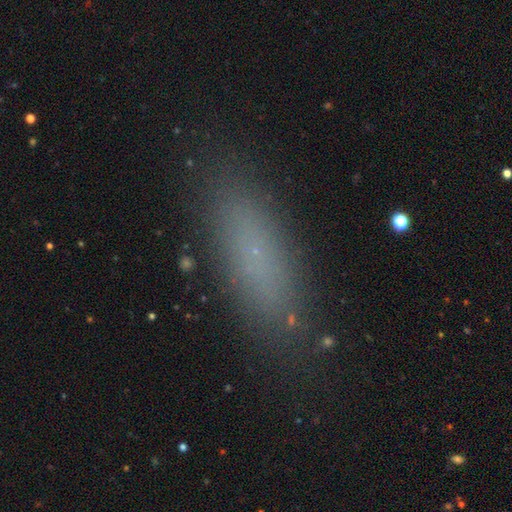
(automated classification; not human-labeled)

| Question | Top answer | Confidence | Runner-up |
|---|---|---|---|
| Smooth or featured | smooth | 71% | star or artifact (15%) |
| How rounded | in between | 49% | cigar-shaped (48%) |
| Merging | none | 85% | minor disturbance (11%) |